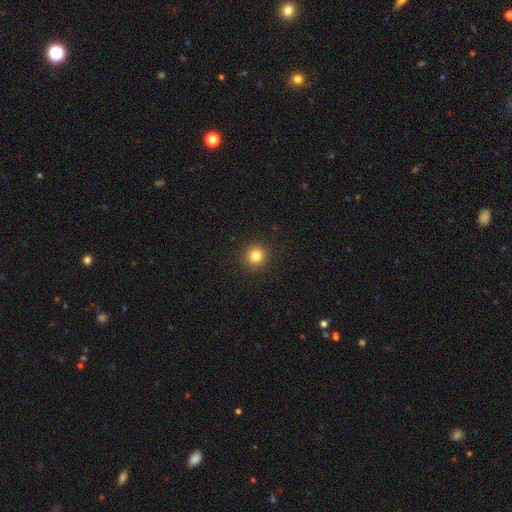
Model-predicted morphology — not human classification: type=smooth (82%); roundness=round (94%); merging=none (92%).